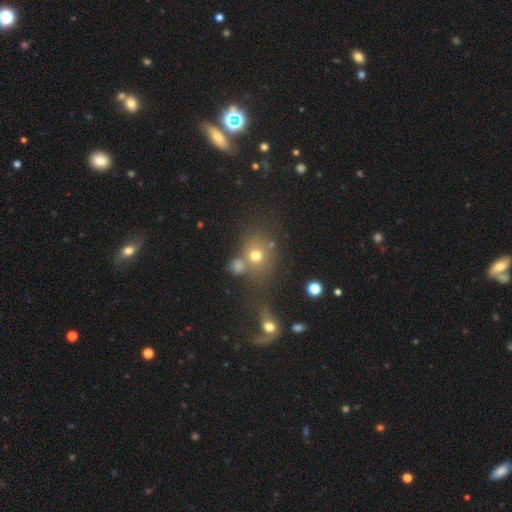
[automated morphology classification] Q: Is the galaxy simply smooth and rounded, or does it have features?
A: smooth — 67%.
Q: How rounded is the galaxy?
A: round — 69%.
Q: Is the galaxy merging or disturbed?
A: none — 51%.